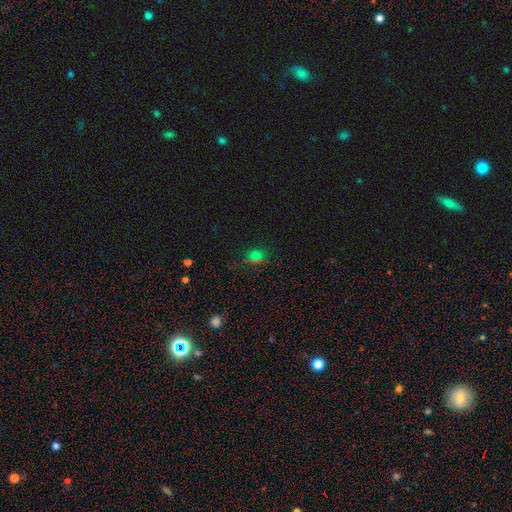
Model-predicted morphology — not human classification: The model was most divided on "smooth or featured": smooth: 54%, star or artifact: 38%, featured or disk: 8%. More confident: merging — none (76%); how rounded — round (71%).